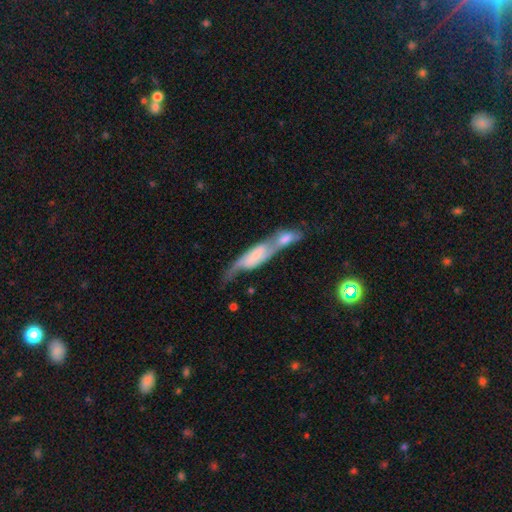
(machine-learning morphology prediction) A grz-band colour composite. It shows a featured or disk galaxy (71%) with no bar (45%), spiral arms (85%) and no central bulge (38%). Merging: merger (60%).